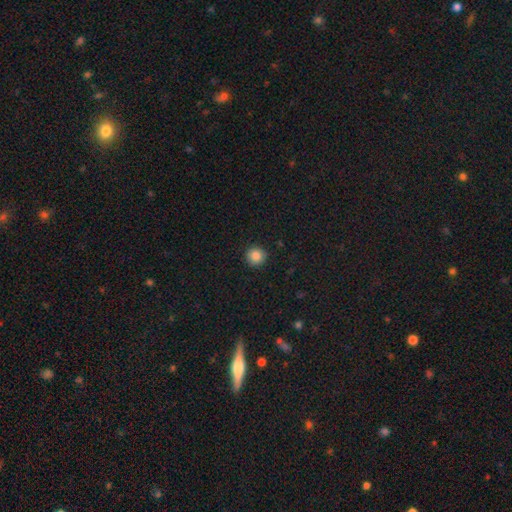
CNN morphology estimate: Overall: smooth (86%). How rounded: round (95%). Merging: none (91%).